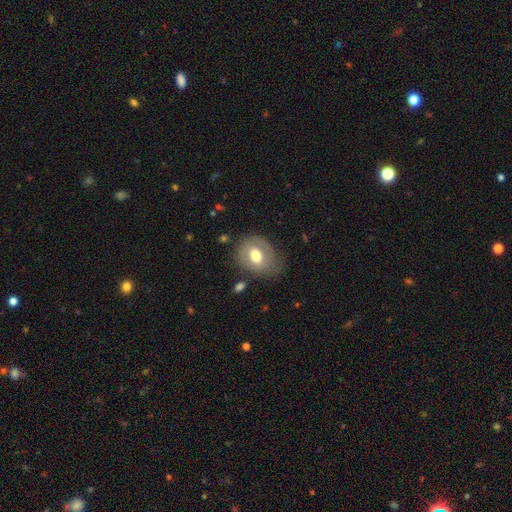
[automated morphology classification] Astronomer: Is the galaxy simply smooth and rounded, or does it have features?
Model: smooth — 60%.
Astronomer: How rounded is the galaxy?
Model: in between — 53% (runner-up: round, 46%).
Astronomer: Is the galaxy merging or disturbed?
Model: none — 61%.